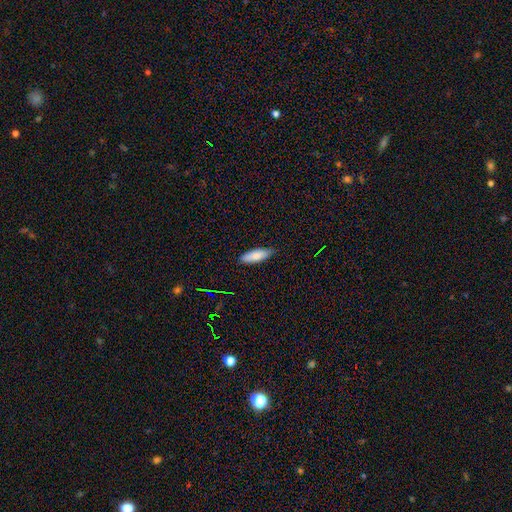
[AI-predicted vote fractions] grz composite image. It shows a smooth galaxy with no disk features (83%) that is in between round and cigar-shaped (55%). Merging: none (84%).